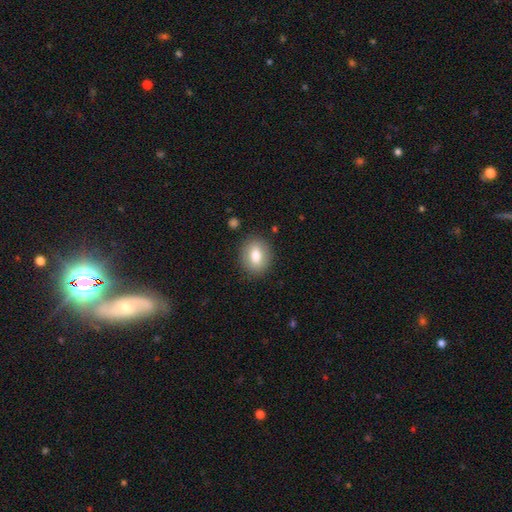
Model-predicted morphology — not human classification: smooth 77%, featured or disk 15%, star or artifact 8%. Down the decision tree: how rounded — round (51%); merging — none (87%).